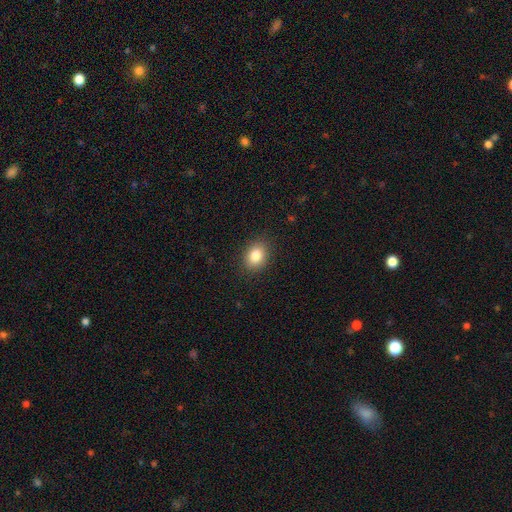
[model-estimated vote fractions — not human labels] This is clearly a smooth galaxy (84%). How rounded: likely in between (61%). Merging: clearly none (87%).